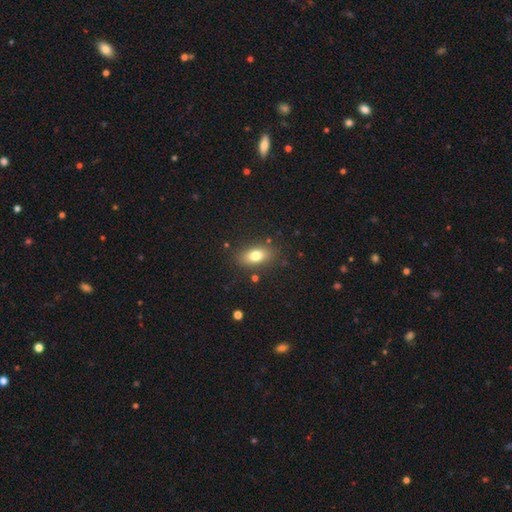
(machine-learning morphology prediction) The model was most divided on "smooth or featured": smooth: 77%, featured or disk: 14%, star or artifact: 9%. More confident: how rounded — in between (84%); merging — none (83%).